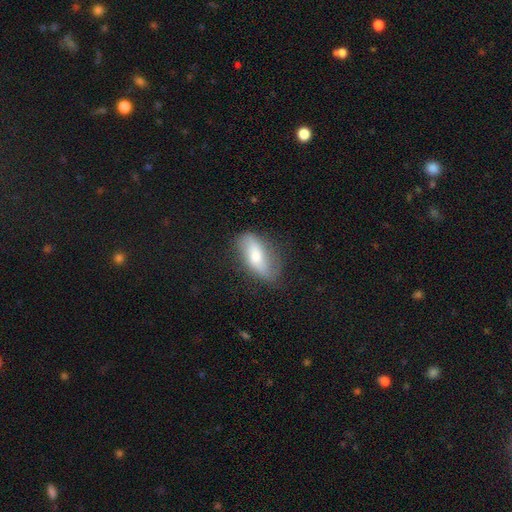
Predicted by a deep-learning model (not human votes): Q: Smooth or featured?
A: smooth (53%); runner-up: featured or disk (40%)
Q: How rounded?
A: in between (80%); runner-up: cigar-shaped (16%)
Q: Merging?
A: none (71%); runner-up: minor disturbance (20%)